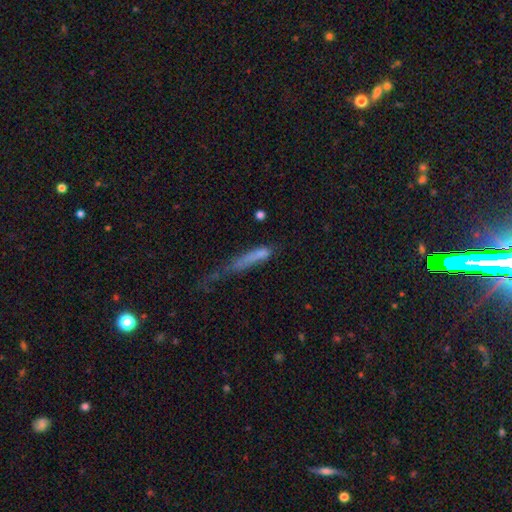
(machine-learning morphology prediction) smooth-or-featured: smooth: 62% | featured or disk: 26% | star or artifact: 12%
  how-rounded: cigar-shaped: 86% | in between: 11% | round: 3%
  merging: major disturbance: 39% | none: 27% | minor disturbance: 24% | merger: 10%